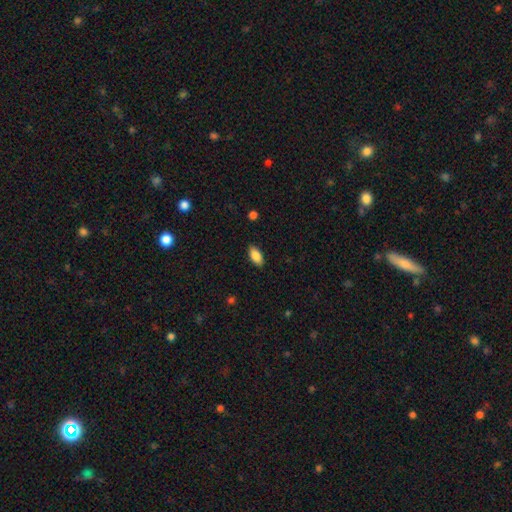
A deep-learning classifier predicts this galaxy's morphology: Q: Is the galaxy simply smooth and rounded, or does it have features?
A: smooth — 85%.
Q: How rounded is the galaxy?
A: in between — 90%.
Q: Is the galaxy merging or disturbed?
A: none — 88%.